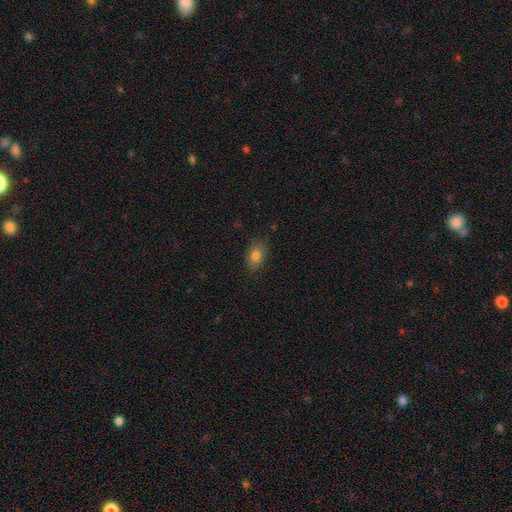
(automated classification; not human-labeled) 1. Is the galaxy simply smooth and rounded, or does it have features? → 81% smooth, 10% star or artifact, 9% featured or disk.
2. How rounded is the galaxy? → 84% in between, 14% round, 2% cigar-shaped.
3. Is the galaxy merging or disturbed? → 81% none, 15% minor disturbance, 3% major disturbance, 1% merger.